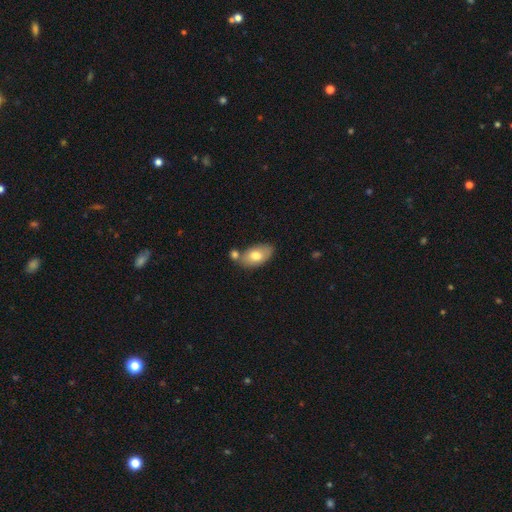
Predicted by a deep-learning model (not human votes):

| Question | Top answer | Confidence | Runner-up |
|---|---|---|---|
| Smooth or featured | smooth | 73% | featured or disk (21%) |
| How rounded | in between | 92% | round (6%) |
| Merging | none | 58% | merger (22%) |